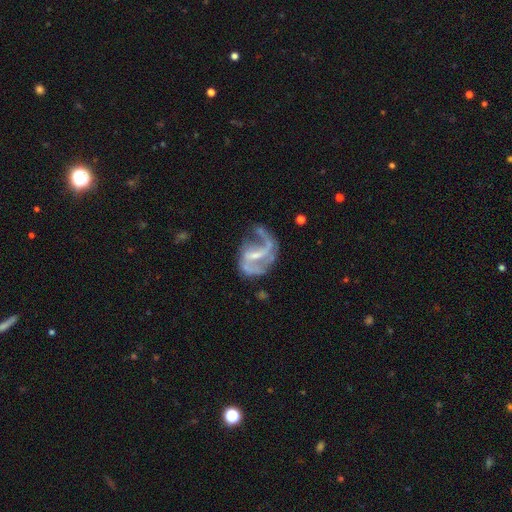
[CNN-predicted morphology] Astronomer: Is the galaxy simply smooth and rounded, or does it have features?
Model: featured or disk — 85%.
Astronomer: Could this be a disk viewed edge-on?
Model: no — 98%.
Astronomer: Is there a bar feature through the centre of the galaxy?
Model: weak — 48% (runner-up: strong, 35%).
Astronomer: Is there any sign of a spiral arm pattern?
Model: yes — 89%.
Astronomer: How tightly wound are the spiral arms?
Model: loose — 49% (runner-up: medium, 40%).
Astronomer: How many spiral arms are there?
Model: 2 — 65%.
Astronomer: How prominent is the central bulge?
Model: small — 56%.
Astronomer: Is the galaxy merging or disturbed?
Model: none — 42% (runner-up: major disturbance, 31%).